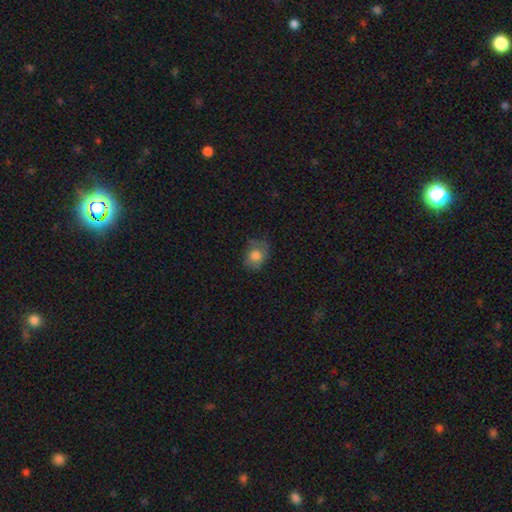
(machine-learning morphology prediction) Smooth or featured? smooth (72%)
How rounded? round (51%)
Merging? none (58%)